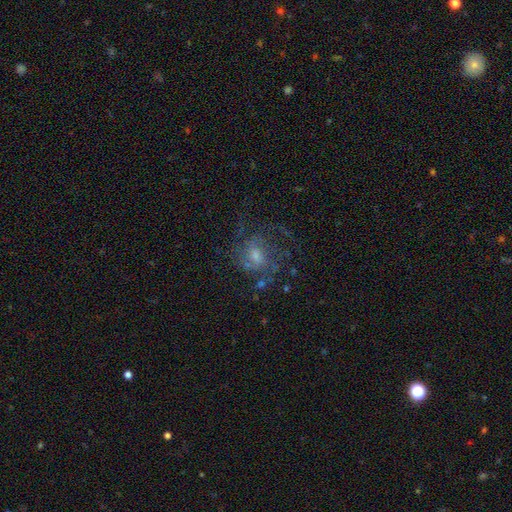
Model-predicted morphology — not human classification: featured or disk 68%, smooth 19%, star or artifact 13%. Down the decision tree: edge-on disk — no (97%); bar — no (52%); spiral arms — yes (81%); spiral arm count — can't tell (39%); spiral winding — medium (46%); bulge size — moderate (46%); merging — none (55%).